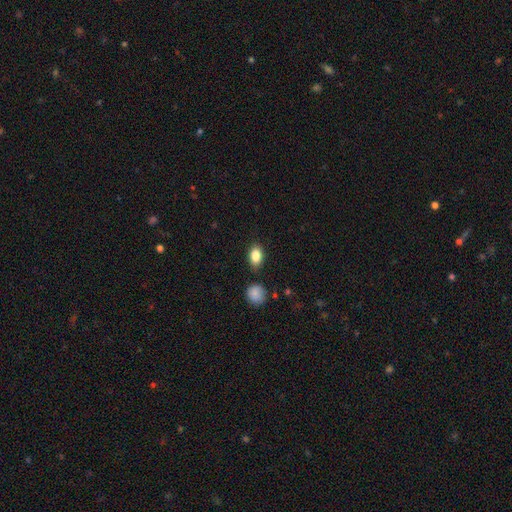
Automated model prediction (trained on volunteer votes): A smooth galaxy with no disk features (85%) that is in between round and cigar-shaped (82%). Merging: none (84%).